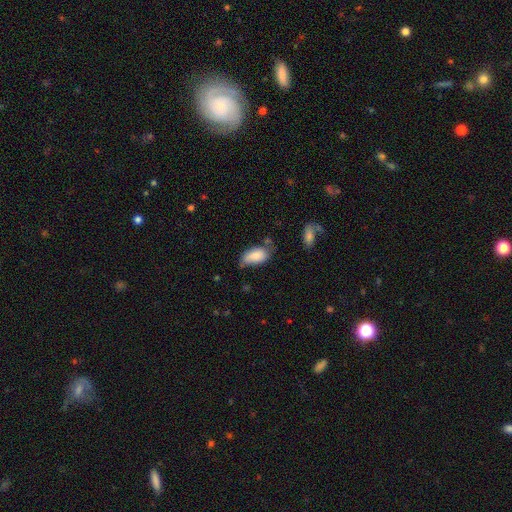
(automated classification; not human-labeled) This is clearly a smooth galaxy (82%). How rounded: clearly in between (93%). Merging: possibly none (49%).